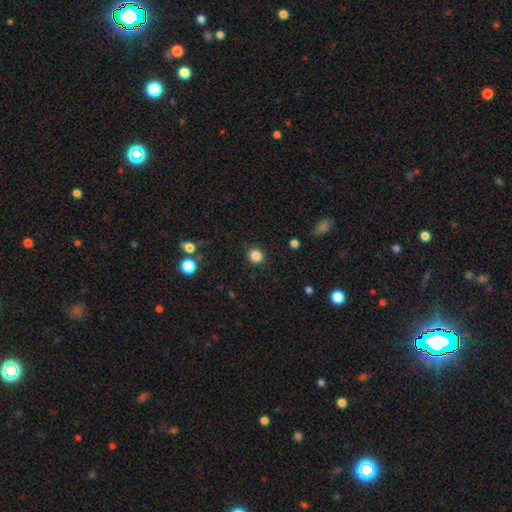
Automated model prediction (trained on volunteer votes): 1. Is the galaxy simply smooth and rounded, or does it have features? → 85% smooth, 11% star or artifact, 3% featured or disk.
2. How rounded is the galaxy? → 91% round, 8% in between, 1% cigar-shaped.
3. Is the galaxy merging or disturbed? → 90% none, 7% minor disturbance, 2% major disturbance, 1% merger.